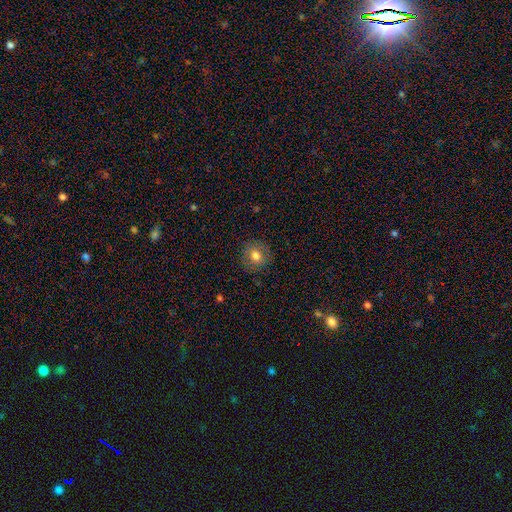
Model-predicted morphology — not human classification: This appears to be a smooth galaxy with no disk features (74%) that is round (86%). Merging: none (85%).